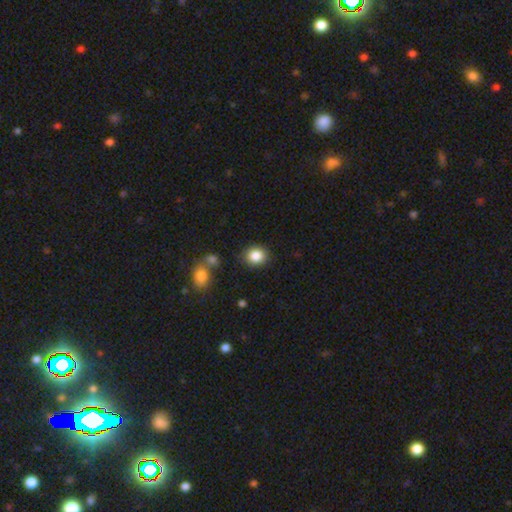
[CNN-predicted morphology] This is clearly a smooth galaxy (86%). How rounded: likely round (72%). Merging: clearly none (85%).